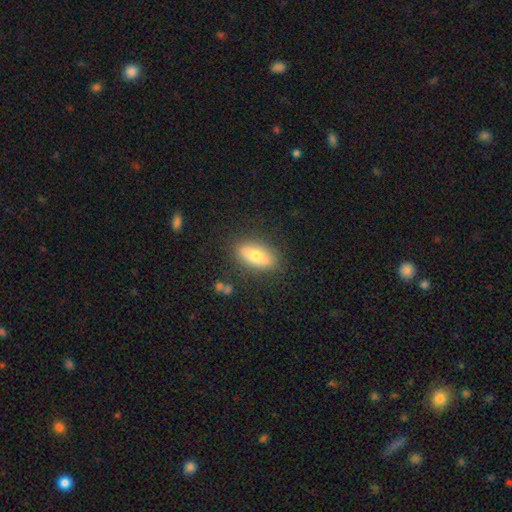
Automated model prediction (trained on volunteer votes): smooth 72%, featured or disk 21%, star or artifact 7%. Down the decision tree: how rounded — in between (81%); merging — none (83%).